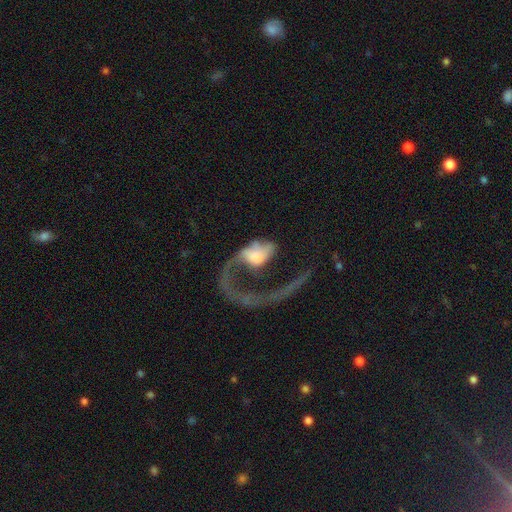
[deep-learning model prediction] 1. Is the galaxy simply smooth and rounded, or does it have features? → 56% featured or disk, 36% smooth, 8% star or artifact.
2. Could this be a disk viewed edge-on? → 96% no, 4% yes.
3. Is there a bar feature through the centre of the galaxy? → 74% no, 19% weak, 7% strong.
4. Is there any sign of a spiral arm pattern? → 60% yes, 40% no.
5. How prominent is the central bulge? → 30% moderate, 23% large, 19% none, 18% small, 9% dominant.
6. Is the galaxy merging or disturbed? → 67% major disturbance, 14% none, 11% merger, 8% minor disturbance.